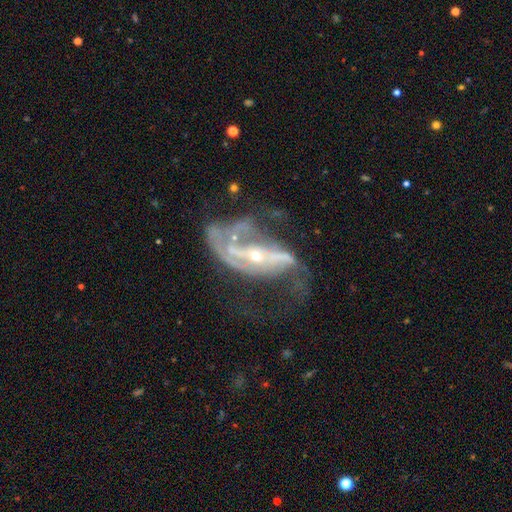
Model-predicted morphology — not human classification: featured or disk 87%, star or artifact 7%, smooth 6%. Down the decision tree: edge-on disk — no (93%); bar — strong (46%); spiral arms — yes (88%); spiral arm count — 2 (69%); spiral winding — loose (48%); bulge size — small (73%); merging — major disturbance (40%).